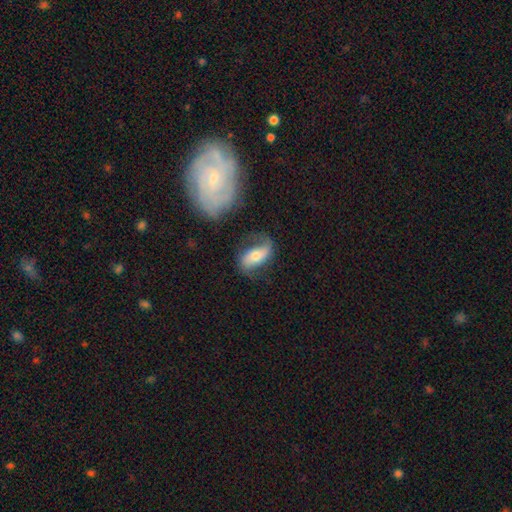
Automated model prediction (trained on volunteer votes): The model was most divided on "bar": no: 42%, weak: 30%, strong: 28%. More confident: edge-on disk — no (91%); spiral arms — yes (83%); bulge size — moderate (61%); smooth or featured — featured or disk (57%); merging — none (55%).